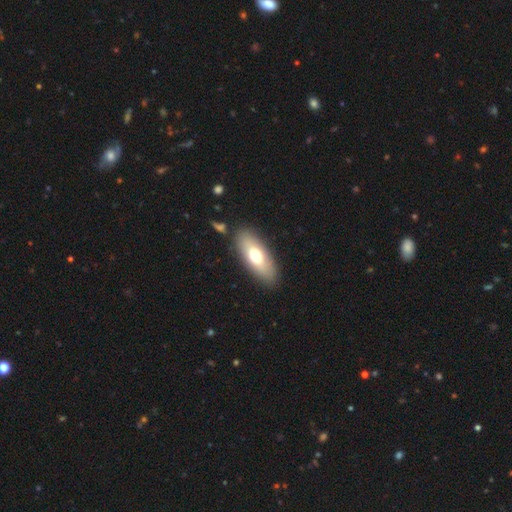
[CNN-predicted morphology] A smooth galaxy with no disk features (64%) that is in between round and cigar-shaped (79%).

Vote fractions:
- Smooth or featured? smooth: 64% / featured or disk: 29% / star or artifact: 7%
- How rounded? in between: 79% / cigar-shaped: 18% / round: 3%
- Merging? none: 84% / minor disturbance: 9% / merger: 3% / major disturbance: 3%